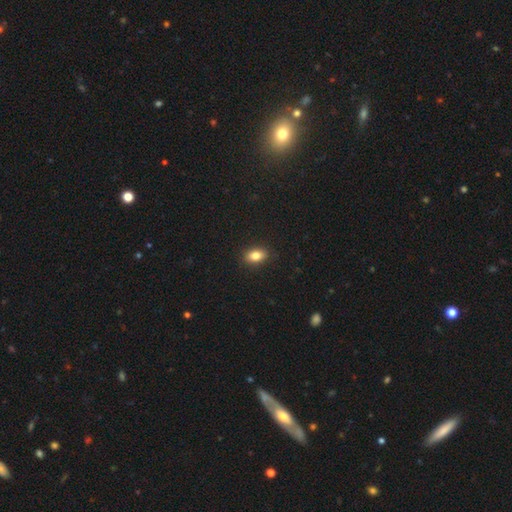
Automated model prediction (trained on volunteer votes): Smooth or featured: smooth — 83% (star or artifact — 9%)
How rounded: in between — 85% (round — 12%)
Merging: none — 89% (minor disturbance — 8%)